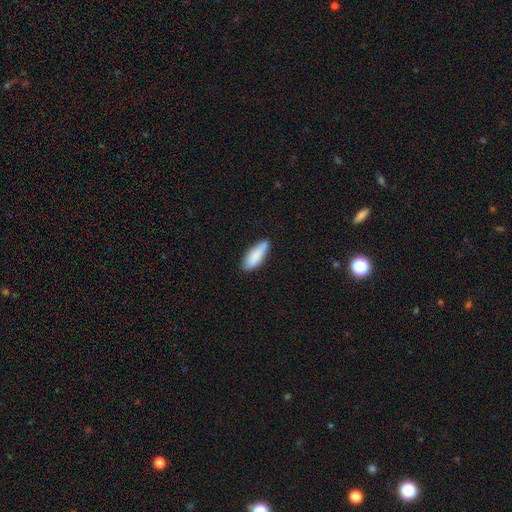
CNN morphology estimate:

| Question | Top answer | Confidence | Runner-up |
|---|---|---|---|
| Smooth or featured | smooth | 86% | featured or disk (8%) |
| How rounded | in between | 64% | cigar-shaped (35%) |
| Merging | none | 70% | minor disturbance (24%) |